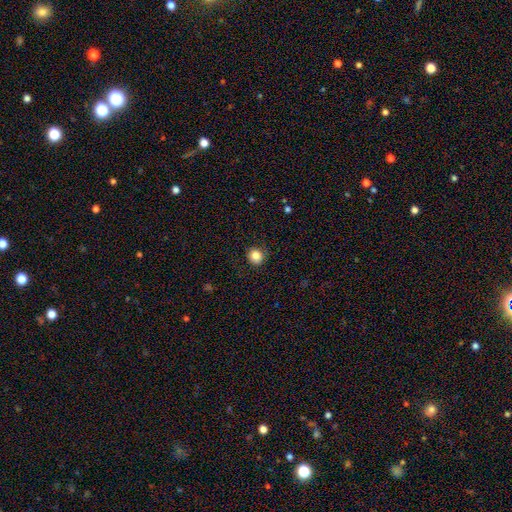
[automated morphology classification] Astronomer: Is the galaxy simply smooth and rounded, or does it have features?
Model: smooth — 84%.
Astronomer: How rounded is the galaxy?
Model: round — 88%.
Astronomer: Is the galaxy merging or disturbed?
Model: none — 87%.